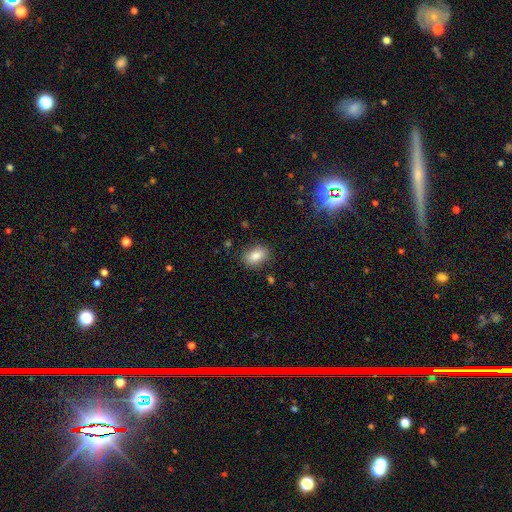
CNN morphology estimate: A smooth galaxy with no disk features (84%) that is in between round and cigar-shaped (86%). Merging: none (84%).